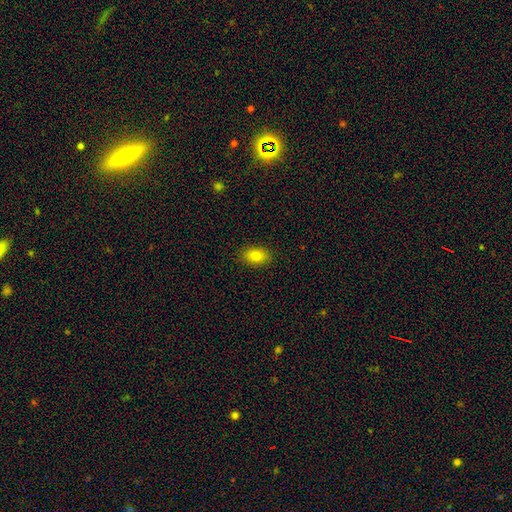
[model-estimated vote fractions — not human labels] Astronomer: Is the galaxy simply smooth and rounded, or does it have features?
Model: smooth — 83%.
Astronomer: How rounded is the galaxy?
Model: in between — 87%.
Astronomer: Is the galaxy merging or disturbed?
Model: none — 88%.